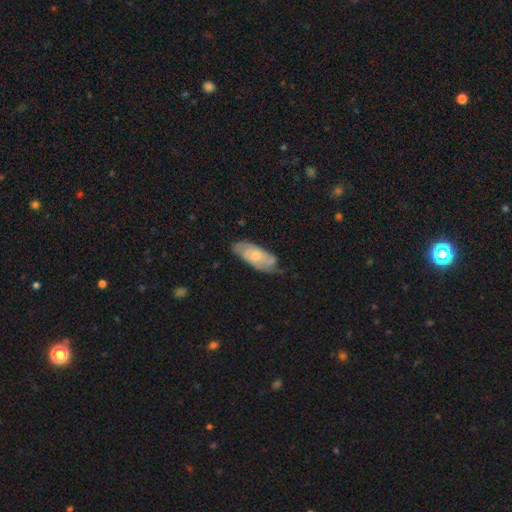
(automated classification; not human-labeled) A featured or disk galaxy (59%) with no bar (71%), spiral arms (83%) and a small central bulge (48%).

Vote fractions:
- Smooth or featured? featured or disk: 59% / smooth: 35% / star or artifact: 6%
- Edge-on disk? no: 88% / yes: 12%
- Bar? no: 71% / weak: 25% / strong: 4%
- Spiral arms? yes: 83% / no: 17%
- Bulge size? small: 48% / moderate: 44% / none: 4% / large: 3% / dominant: 1%
- Merging? none: 64% / minor disturbance: 27% / major disturbance: 7% / merger: 2%